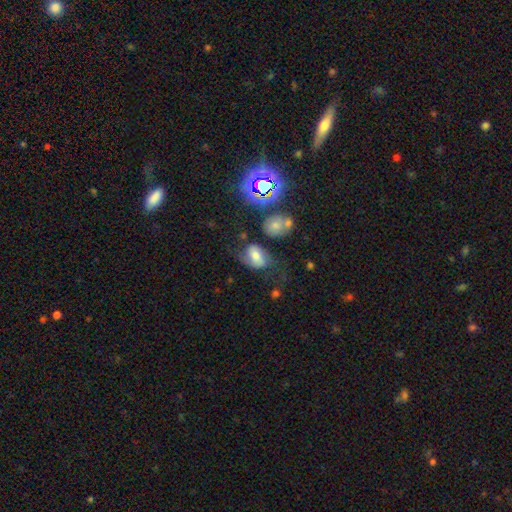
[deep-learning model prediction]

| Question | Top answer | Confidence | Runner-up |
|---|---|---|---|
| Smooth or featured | smooth | 46% | featured or disk (41%) |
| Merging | none | 48% | minor disturbance (26%) |